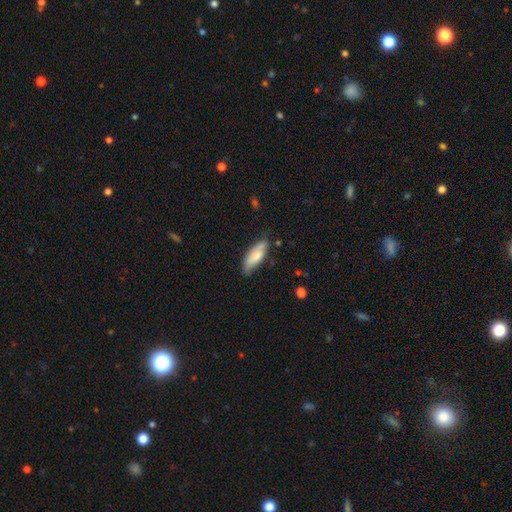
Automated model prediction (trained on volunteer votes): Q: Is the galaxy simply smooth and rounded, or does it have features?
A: smooth — 73%.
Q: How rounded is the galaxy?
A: in between — 62%.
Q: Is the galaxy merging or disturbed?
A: none — 64%.